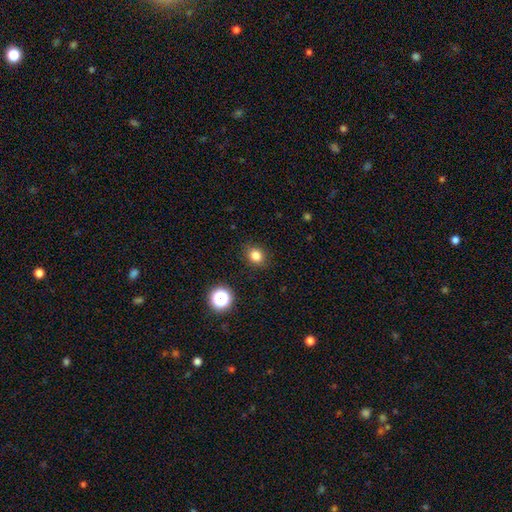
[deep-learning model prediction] smooth_or_featured: smooth (p=0.81) [alt: star or artifact p=0.13]
how_rounded: round (p=0.66) [alt: in between p=0.33]
merging: none (p=0.86) [alt: minor disturbance p=0.10]